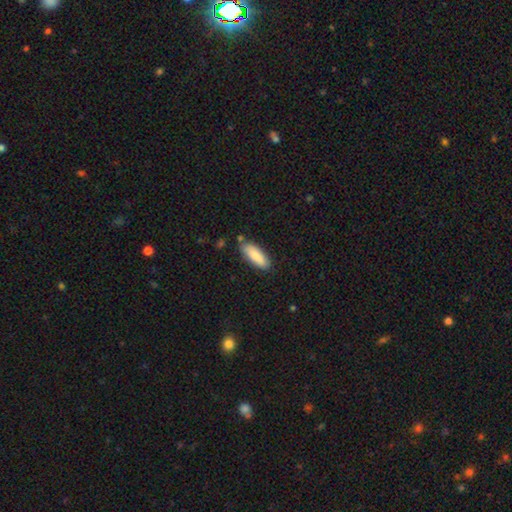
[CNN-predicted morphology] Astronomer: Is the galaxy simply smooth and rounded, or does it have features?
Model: smooth — 86%.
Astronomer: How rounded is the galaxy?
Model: in between — 66%.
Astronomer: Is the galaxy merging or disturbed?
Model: none — 82%.